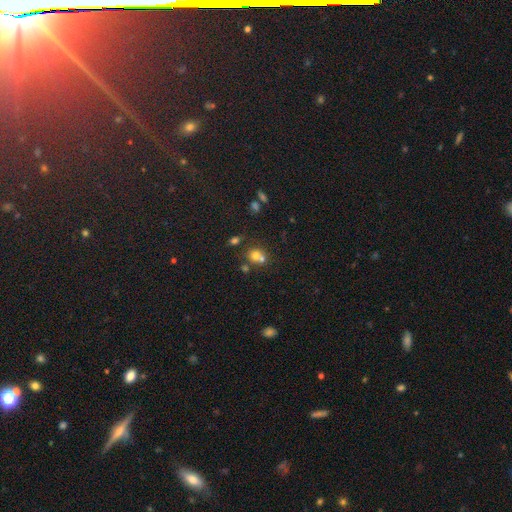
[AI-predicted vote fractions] smooth_or_featured: smooth (p=0.68) [alt: star or artifact p=0.17]
how_rounded: round (p=0.77) [alt: in between p=0.22]
merging: merger (p=0.47) [alt: none p=0.41]